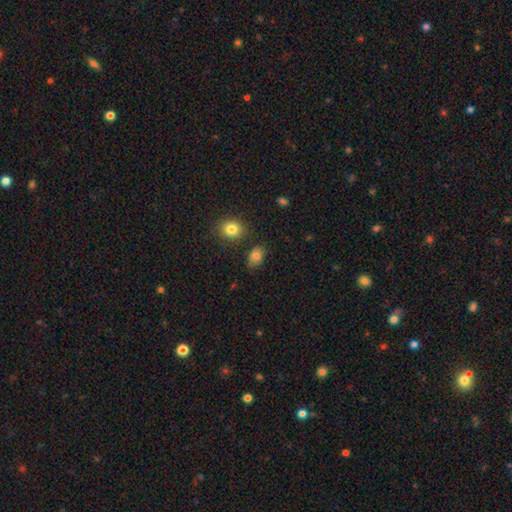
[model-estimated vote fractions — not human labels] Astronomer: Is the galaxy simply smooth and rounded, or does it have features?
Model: smooth — 84%.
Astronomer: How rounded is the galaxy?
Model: in between — 76%.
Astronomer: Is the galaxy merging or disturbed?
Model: none — 78%.